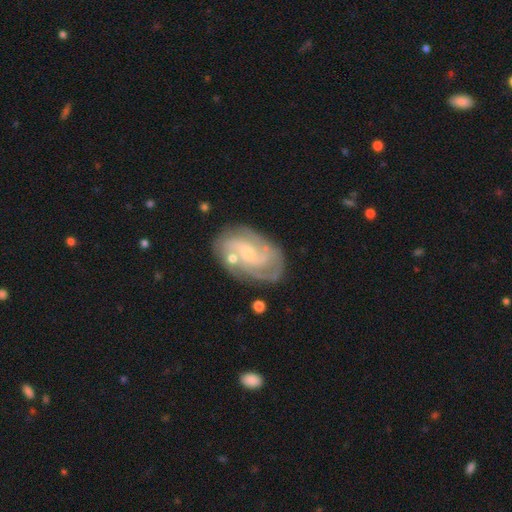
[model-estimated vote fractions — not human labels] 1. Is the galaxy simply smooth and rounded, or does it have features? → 79% featured or disk, 14% smooth, 6% star or artifact.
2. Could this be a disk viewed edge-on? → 96% no, 4% yes.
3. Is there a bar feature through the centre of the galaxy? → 61% no, 32% weak, 6% strong.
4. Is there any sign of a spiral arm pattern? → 92% yes, 8% no.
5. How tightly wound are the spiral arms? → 50% tight, 38% medium, 12% loose.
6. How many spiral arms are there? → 29% 2 (tied), 29% can't tell (tied), 23% 3, 10% 4, 5% 1, 5% more than 4.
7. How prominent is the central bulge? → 69% small, 23% moderate, 6% none, 2% large, 1% dominant.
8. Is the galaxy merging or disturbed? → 68% none, 18% minor disturbance, 7% major disturbance, 7% merger.